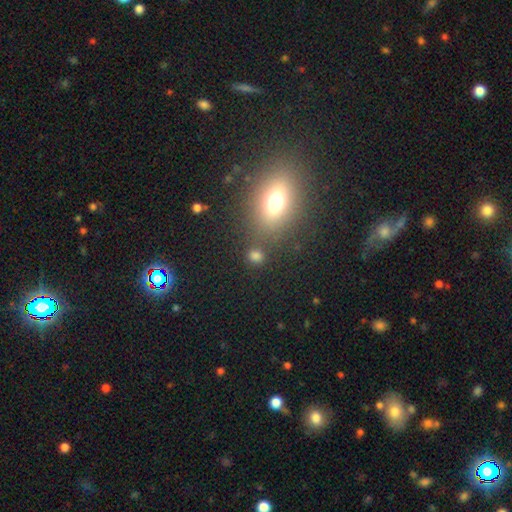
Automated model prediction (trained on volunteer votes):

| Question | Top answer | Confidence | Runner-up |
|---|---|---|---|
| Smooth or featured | smooth | 71% | star or artifact (22%) |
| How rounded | round | 67% | in between (32%) |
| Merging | none | 72% | merger (13%) |